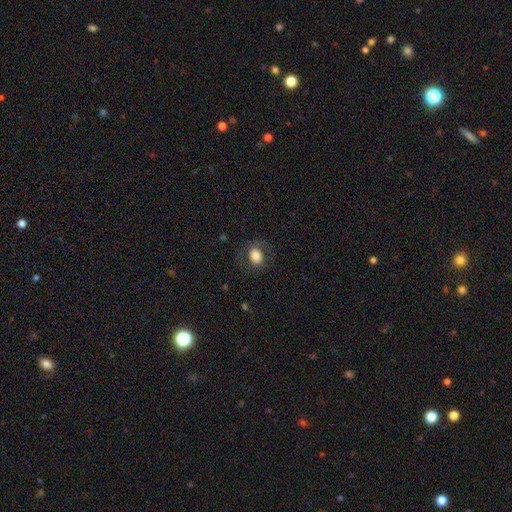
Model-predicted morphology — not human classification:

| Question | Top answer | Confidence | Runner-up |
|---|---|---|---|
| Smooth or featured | smooth | 76% | featured or disk (15%) |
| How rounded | in between | 59% | round (40%) |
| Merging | none | 76% | minor disturbance (14%) |